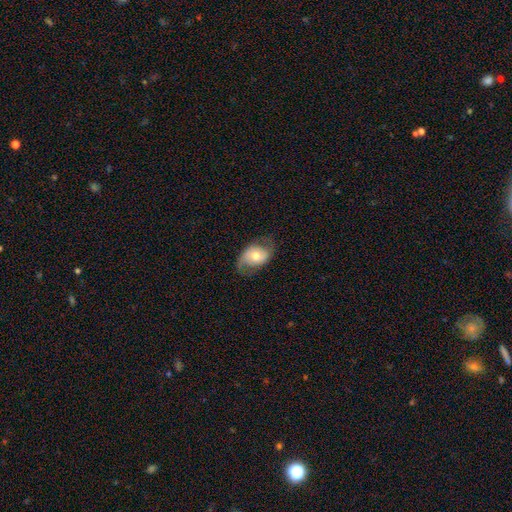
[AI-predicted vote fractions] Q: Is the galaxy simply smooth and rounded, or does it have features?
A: featured or disk — 59%.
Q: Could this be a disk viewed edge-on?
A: no — 95%.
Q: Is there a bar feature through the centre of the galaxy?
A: no — 70%.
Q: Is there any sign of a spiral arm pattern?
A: yes — 78%.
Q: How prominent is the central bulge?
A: moderate — 71%.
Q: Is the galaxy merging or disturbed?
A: none — 64%.